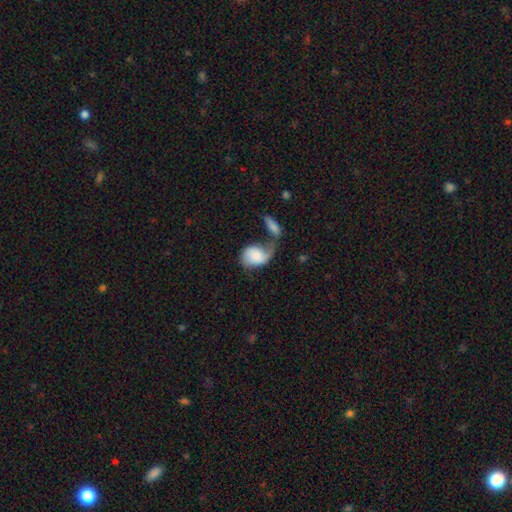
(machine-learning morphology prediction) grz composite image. It shows a smooth galaxy with no disk features (60%) that is in between round and cigar-shaped (75%). Merging: merger (42%).